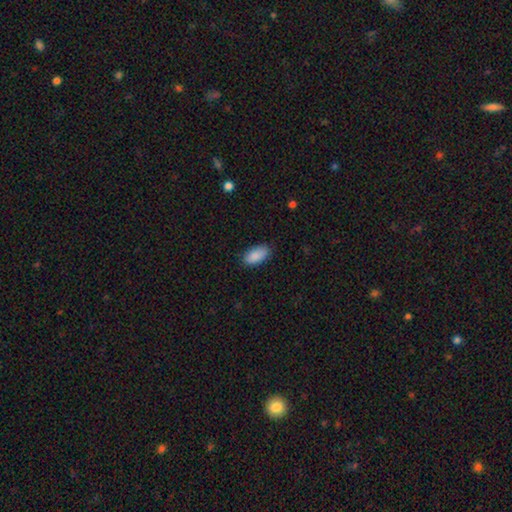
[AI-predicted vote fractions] smooth_or_featured: smooth (p=0.89) [alt: star or artifact p=0.07]
how_rounded: in between (p=0.93) [alt: cigar-shaped p=0.04]
merging: none (p=0.84) [alt: minor disturbance p=0.12]